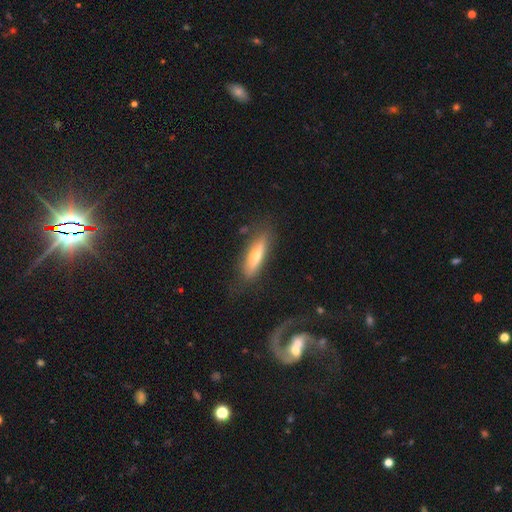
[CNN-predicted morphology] A featured or disk galaxy (49%). Merging: none (69%).